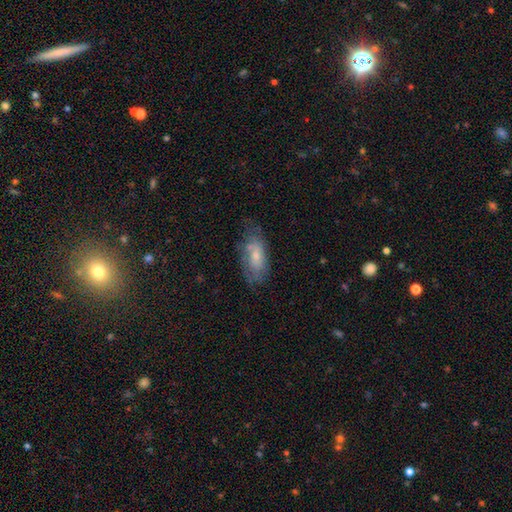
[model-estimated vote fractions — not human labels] Smooth or featured?
  - smooth: 50% *
  - featured or disk: 42%
  - star or artifact: 8%
How rounded?
  - in between: 85% *
  - cigar-shaped: 11%
  - round: 4%
Merging?
  - none: 60% *
  - minor disturbance: 26%
  - major disturbance: 12%
  - merger: 2%